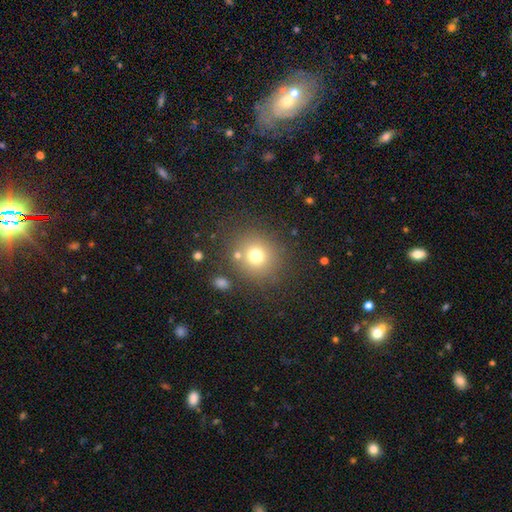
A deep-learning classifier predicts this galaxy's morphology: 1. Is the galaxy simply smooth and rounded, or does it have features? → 73% smooth, 16% star or artifact, 11% featured or disk.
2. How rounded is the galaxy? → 86% round, 13% in between, 1% cigar-shaped.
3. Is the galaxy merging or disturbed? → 78% none, 10% minor disturbance, 7% merger, 5% major disturbance.